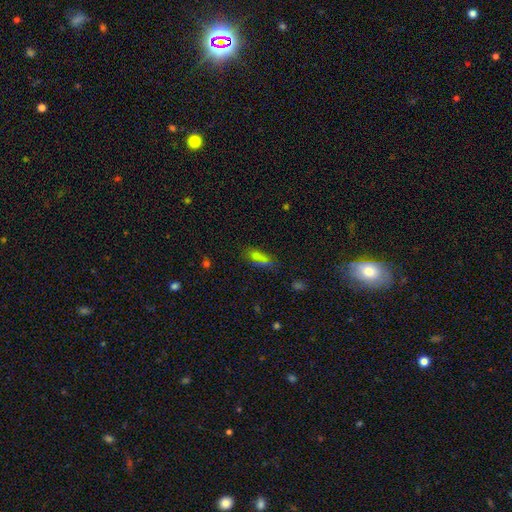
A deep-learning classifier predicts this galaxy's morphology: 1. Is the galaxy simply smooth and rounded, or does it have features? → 60% smooth, 29% star or artifact, 12% featured or disk.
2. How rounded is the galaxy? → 74% in between, 18% cigar-shaped, 8% round.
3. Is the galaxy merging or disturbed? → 67% none, 20% minor disturbance, 8% major disturbance, 5% merger.